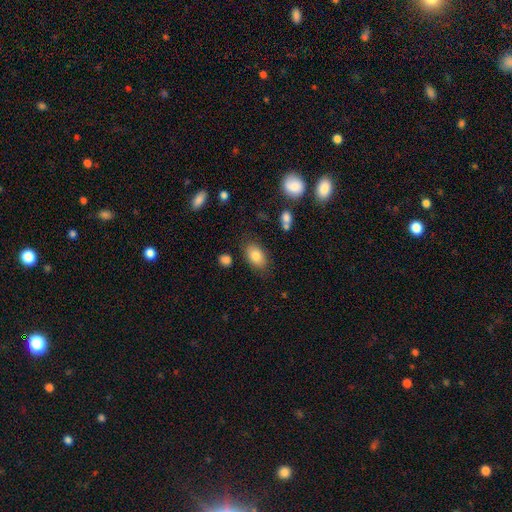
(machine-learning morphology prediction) type=smooth (81%); roundness=in between (90%); merging=none (80%).